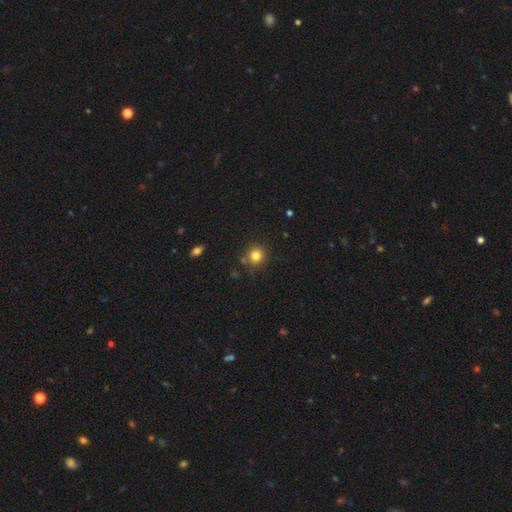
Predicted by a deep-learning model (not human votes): The model was most divided on "smooth or featured": smooth: 81%, star or artifact: 13%, featured or disk: 6%. More confident: how rounded — round (92%); merging — none (83%).